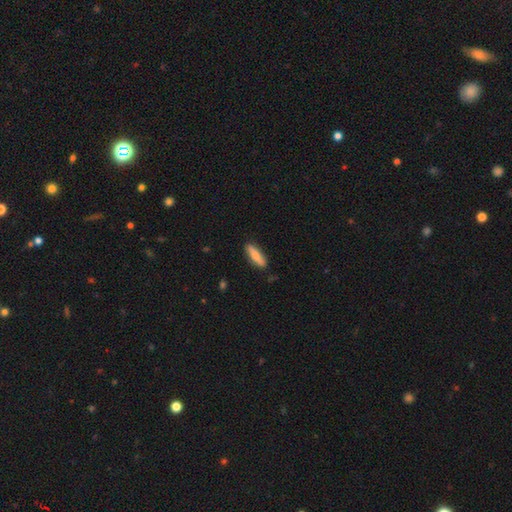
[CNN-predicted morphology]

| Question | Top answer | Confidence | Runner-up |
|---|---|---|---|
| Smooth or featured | smooth | 63% | featured or disk (31%) |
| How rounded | cigar-shaped | 64% | in between (34%) |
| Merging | none | 86% | minor disturbance (11%) |